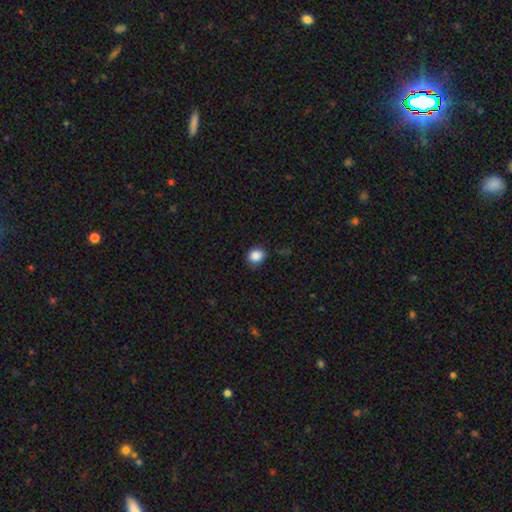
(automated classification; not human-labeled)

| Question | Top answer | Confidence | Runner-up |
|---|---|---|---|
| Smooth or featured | smooth | 87% | star or artifact (10%) |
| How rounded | round | 69% | in between (30%) |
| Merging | none | 79% | minor disturbance (17%) |